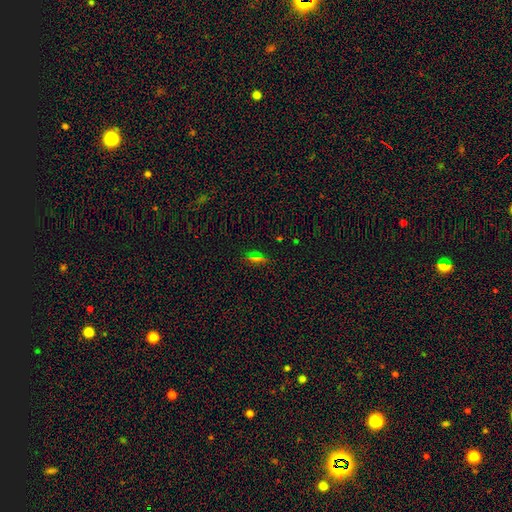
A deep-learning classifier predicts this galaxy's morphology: This is possibly a smooth galaxy (50%). Merging: clearly none (84%).